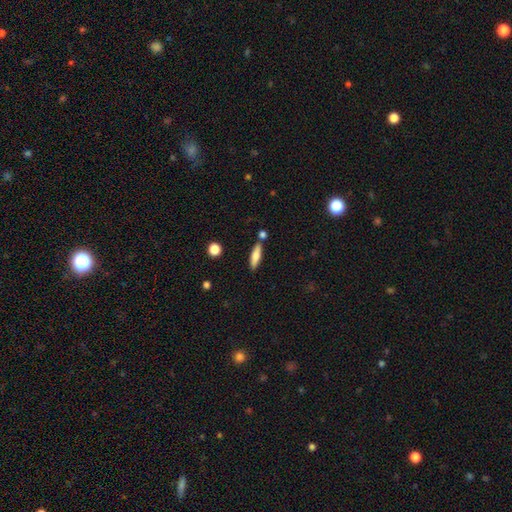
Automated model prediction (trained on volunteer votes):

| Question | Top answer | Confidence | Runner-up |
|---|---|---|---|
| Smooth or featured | smooth | 70% | featured or disk (23%) |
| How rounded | cigar-shaped | 65% | in between (32%) |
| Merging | none | 79% | minor disturbance (11%) |